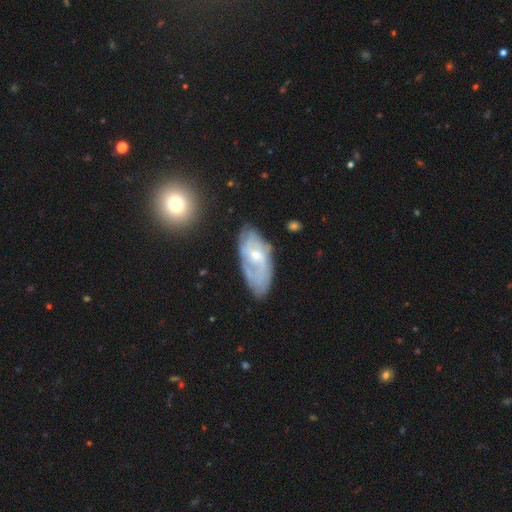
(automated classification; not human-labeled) A featured or disk galaxy (70%) with no bar (52%), tight (45%) spiral arms (83%) and a small central bulge (54%).

Vote fractions:
- Smooth or featured? featured or disk: 70% / smooth: 24% / star or artifact: 6%
- Edge-on disk? no: 93% / yes: 7%
- Bar? no: 52% / weak: 40% / strong: 7%
- Spiral arms? yes: 83% / no: 17%
- Spiral winding? tight: 45% / medium: 37% / loose: 18%
- Spiral arm count? can't tell: 47% / 2: 27% / 3: 11% / 1: 7% / 4: 5% / more than 4: 3%
- Bulge size? small: 54% / moderate: 40% / none: 3% / large: 2% / dominant: 1%
- Merging? none: 64% / minor disturbance: 24% / major disturbance: 9% / merger: 3%